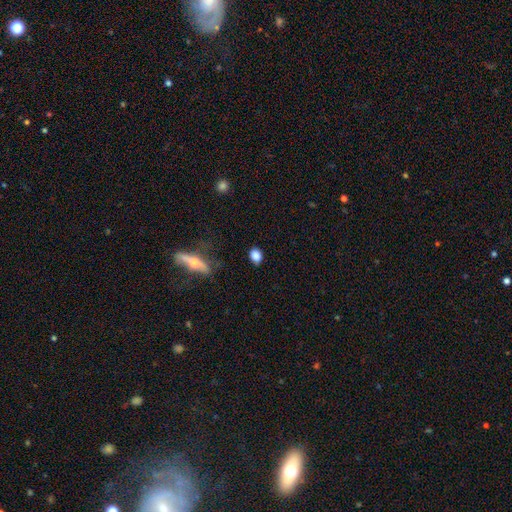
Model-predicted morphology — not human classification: Smooth or featured?
  - smooth: 84% *
  - star or artifact: 9%
  - featured or disk: 7%
How rounded?
  - in between: 66% *
  - round: 30%
  - cigar-shaped: 3%
Merging?
  - none: 81% *
  - minor disturbance: 13%
  - major disturbance: 4%
  - merger: 2%